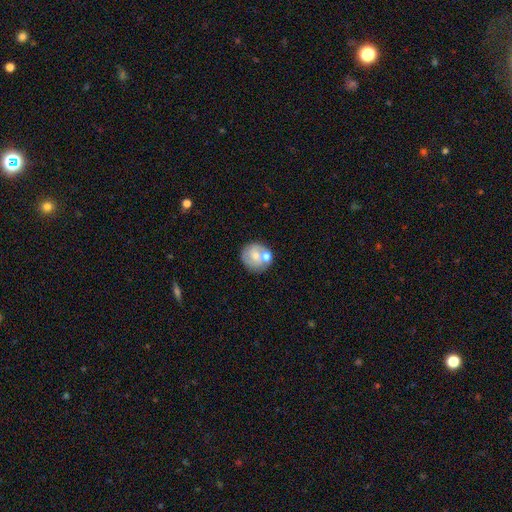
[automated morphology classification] A smooth galaxy with no disk features (51%) that is round (86%).

Vote fractions:
- Smooth or featured? smooth: 51% / featured or disk: 42% / star or artifact: 8%
- How rounded? round: 86% / in between: 13% / cigar-shaped: 1%
- Merging? none: 55% / merger: 26% / minor disturbance: 14% / major disturbance: 5%